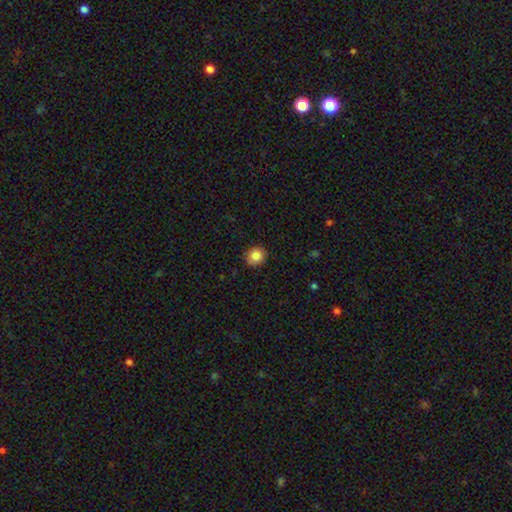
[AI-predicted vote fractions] Smooth or featured?
  - smooth: 85% *
  - star or artifact: 9%
  - featured or disk: 6%
How rounded?
  - round: 84% *
  - in between: 15%
  - cigar-shaped: 1%
Merging?
  - none: 88% *
  - minor disturbance: 9%
  - major disturbance: 2%
  - merger: 1%